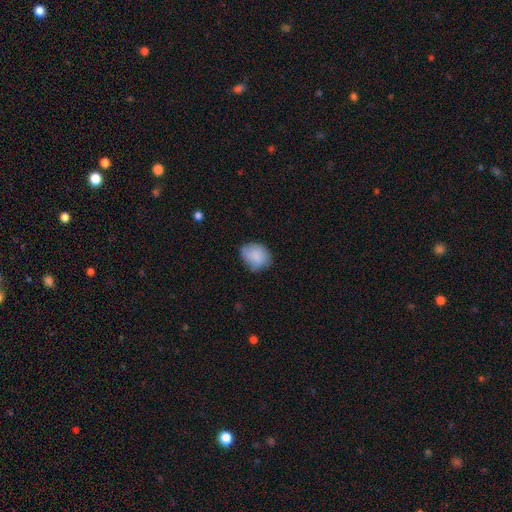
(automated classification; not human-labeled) A smooth galaxy with no disk features (82%) that is in between round and cigar-shaped (52%). Merging: none (62%).